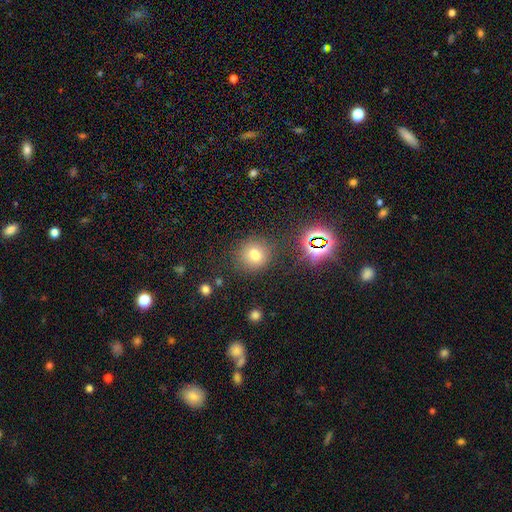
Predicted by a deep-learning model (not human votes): Smooth or featured? smooth (70%)
How rounded? round (81%)
Merging? none (77%)